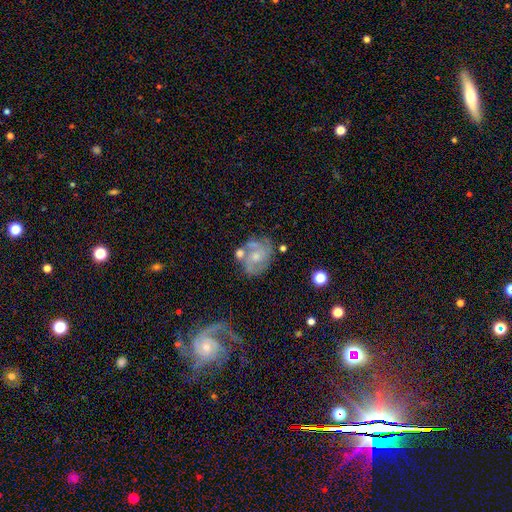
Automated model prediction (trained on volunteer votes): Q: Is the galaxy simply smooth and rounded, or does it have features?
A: featured or disk — 75%.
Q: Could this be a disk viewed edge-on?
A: no — 97%.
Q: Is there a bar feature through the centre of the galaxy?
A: no — 70%.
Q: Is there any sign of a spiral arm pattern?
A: yes — 86%.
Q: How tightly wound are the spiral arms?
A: tight — 43%.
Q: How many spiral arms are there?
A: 2 — 32%.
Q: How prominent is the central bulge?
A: small — 47%.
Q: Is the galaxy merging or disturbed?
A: none — 53%.